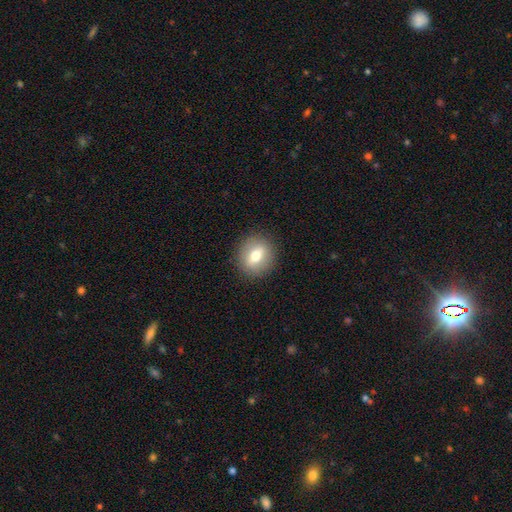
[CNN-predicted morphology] This is likely a smooth galaxy (61%). How rounded: likely round (73%). Merging: clearly none (89%).